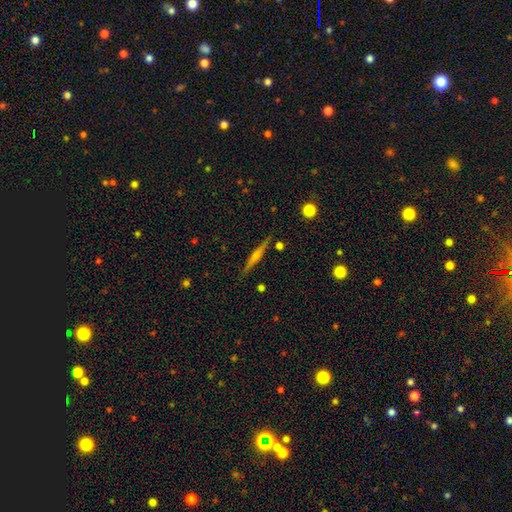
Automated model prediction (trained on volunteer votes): smooth-or-featured: featured or disk: 65% | smooth: 28% | star or artifact: 8%
  disk-edge-on: yes: 97% | no: 3%
    edge-on-bulge: rounded: 61% | none: 26% | boxy: 13%
  merging: none: 88% | minor disturbance: 8% | merger: 2% | major disturbance: 2%